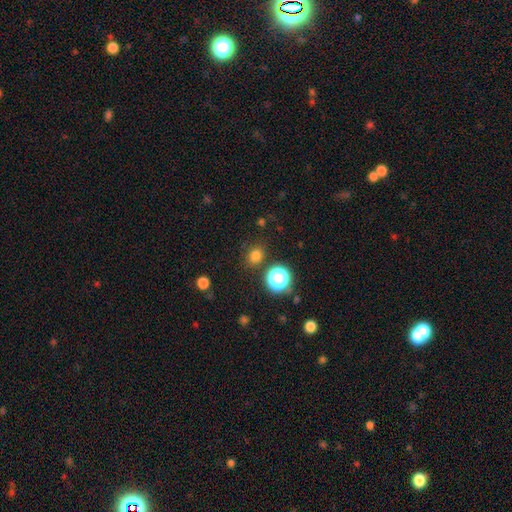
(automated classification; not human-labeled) A smooth galaxy with no disk features (76%) that is round (74%).

Vote fractions:
- Smooth or featured? smooth: 76% / star or artifact: 19% / featured or disk: 5%
- How rounded? round: 74% / in between: 25% / cigar-shaped: 1%
- Merging? none: 84% / minor disturbance: 9% / major disturbance: 4% / merger: 3%